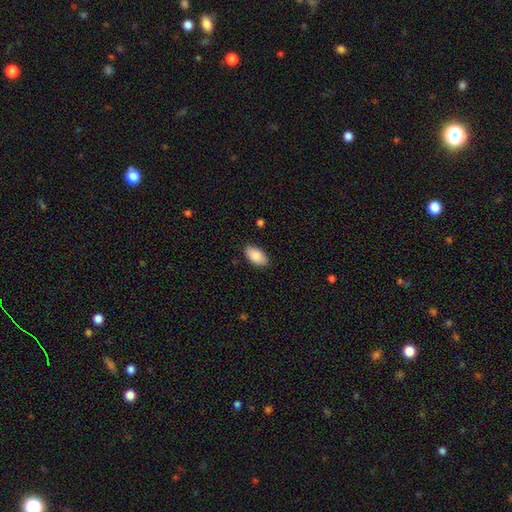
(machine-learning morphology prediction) Smooth or featured? smooth (88%)
How rounded? in between (95%)
Merging? none (88%)